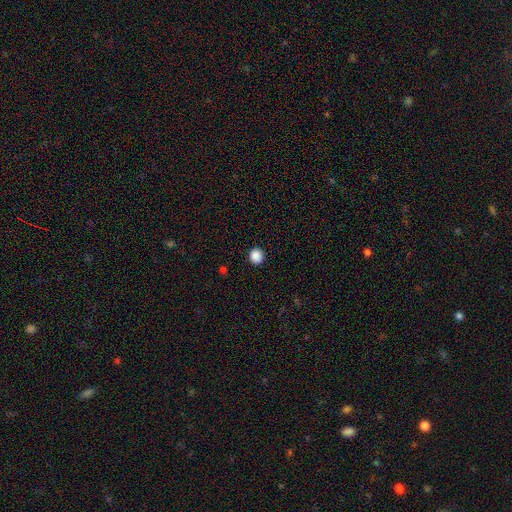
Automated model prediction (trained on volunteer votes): This appears to be a smooth galaxy with no disk features (88%) that is round (88%). Merging: none (92%).